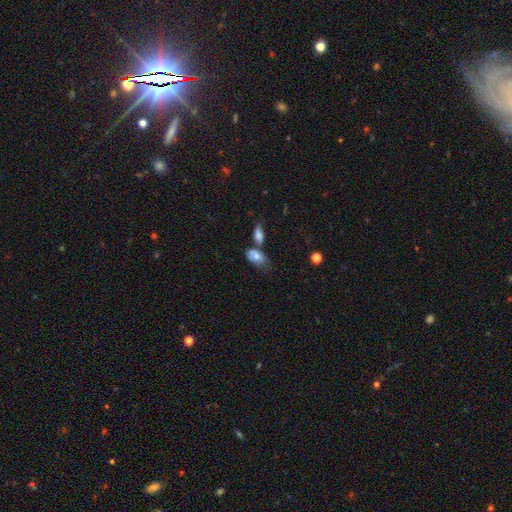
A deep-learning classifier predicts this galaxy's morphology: smooth_or_featured: smooth (p=0.72) [alt: featured or disk p=0.20]
how_rounded: in between (p=0.88) [alt: round p=0.09]
merging: merger (p=0.37) [alt: none p=0.30]